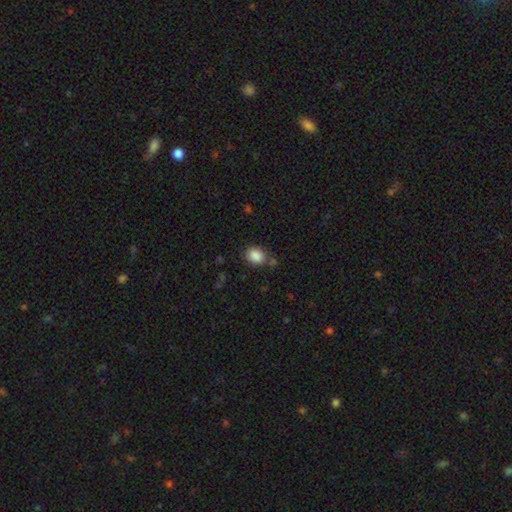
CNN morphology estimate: smooth-or-featured: smooth: 87% | star or artifact: 9% | featured or disk: 4%
  how-rounded: in between: 51% | round: 48% | cigar-shaped: 1%
  merging: none: 73% | minor disturbance: 16% | merger: 6% | major disturbance: 5%